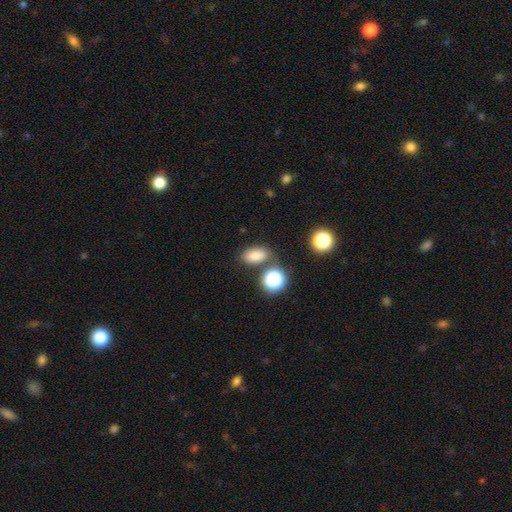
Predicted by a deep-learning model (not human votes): Smooth or featured?
  - smooth: 78% *
  - star or artifact: 15%
  - featured or disk: 6%
How rounded?
  - in between: 80% *
  - round: 18%
  - cigar-shaped: 2%
Merging?
  - none: 76% *
  - minor disturbance: 11%
  - merger: 10%
  - major disturbance: 4%